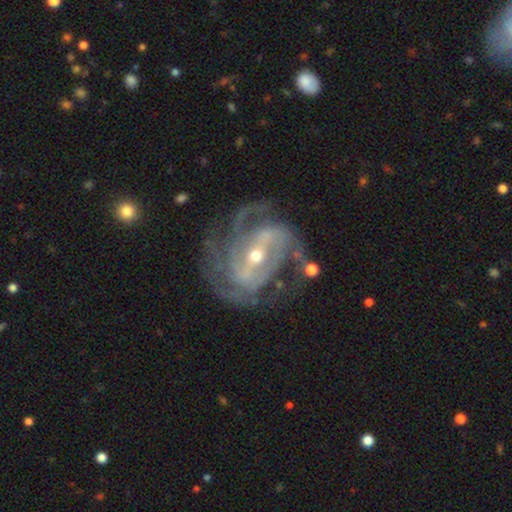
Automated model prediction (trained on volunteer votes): featured or disk 91%, star or artifact 5%, smooth 4%. Down the decision tree: edge-on disk — no (97%); bar — strong (52%); spiral arms — yes (96%); spiral arm count — 3 (33%); spiral winding — tight (46%); bulge size — small (51%); merging — none (61%).